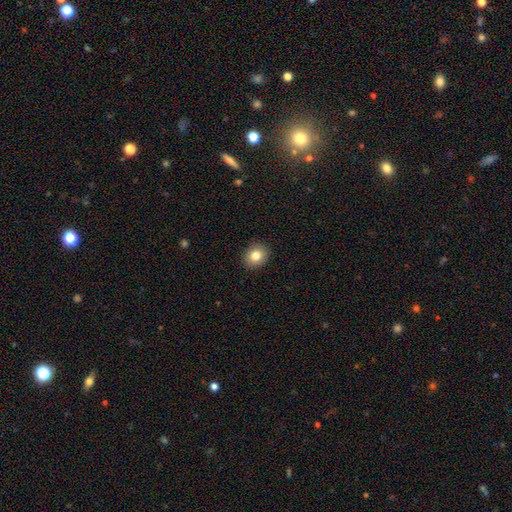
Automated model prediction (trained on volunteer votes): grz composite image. It shows a smooth galaxy with no disk features (82%) that is round (67%). Merging: none (91%).